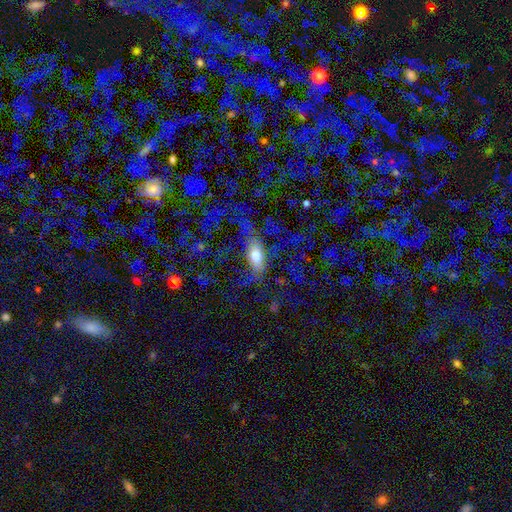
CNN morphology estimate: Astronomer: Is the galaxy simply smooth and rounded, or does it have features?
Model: smooth — 51% (runner-up: featured or disk, 35%).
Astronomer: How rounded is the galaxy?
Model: in between — 68%.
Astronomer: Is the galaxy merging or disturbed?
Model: none — 47% (runner-up: major disturbance, 27%).